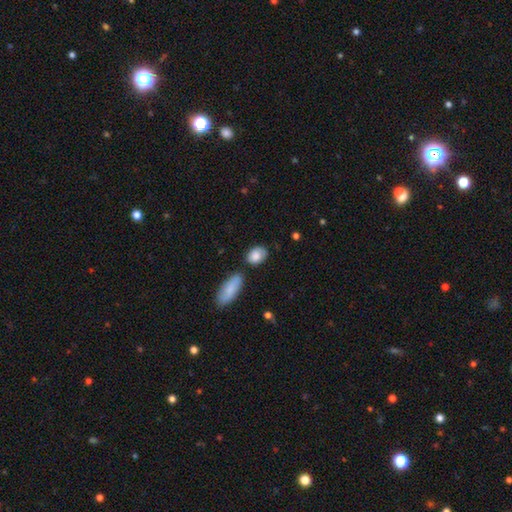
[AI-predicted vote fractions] Smooth or featured: smooth — 82% (featured or disk — 11%)
How rounded: in between — 74% (round — 24%)
Merging: none — 64% (minor disturbance — 21%)